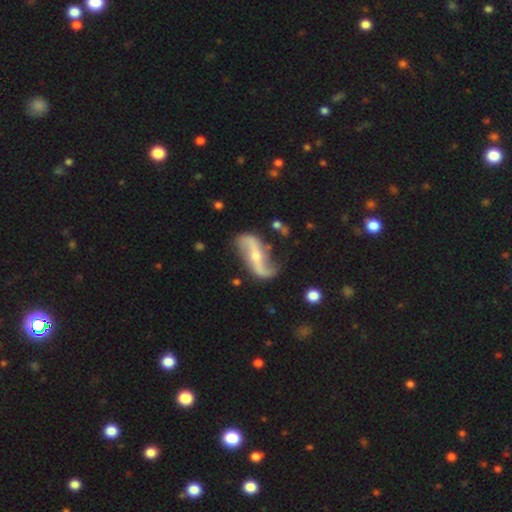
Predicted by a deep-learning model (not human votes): Smooth or featured? featured or disk (88%)
Edge-on disk? no (93%)
Bar? strong (40%)
Spiral arms? yes (95%)
Spiral winding? loose (87%)
Spiral arm count? 2 (93%)
Bulge size? small (56%)
Merging? none (73%)